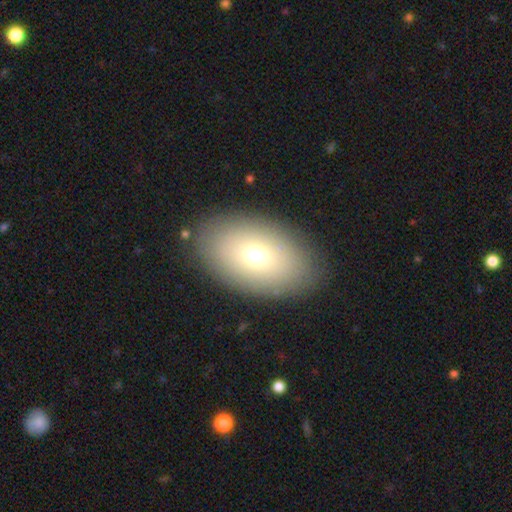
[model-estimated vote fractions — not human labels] A smooth galaxy with no disk features (71%) that is in between round and cigar-shaped (88%). Merging: none (86%).